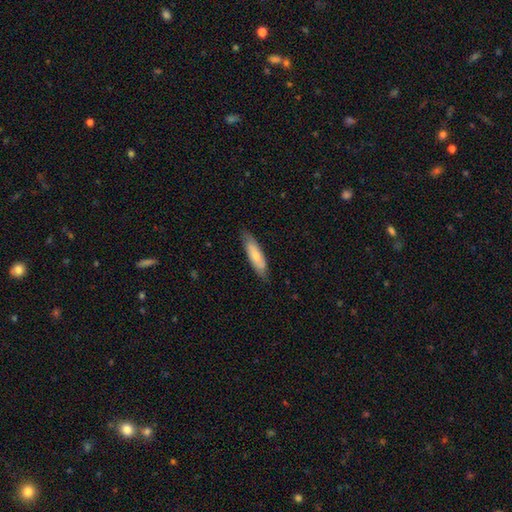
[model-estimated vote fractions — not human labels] Smooth or featured? smooth (66%)
How rounded? cigar-shaped (58%)
Merging? none (80%)